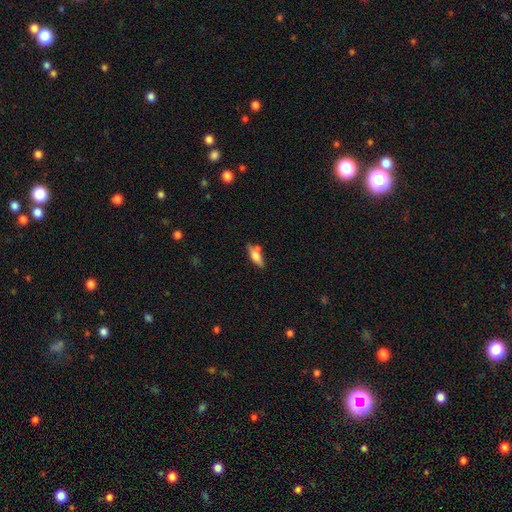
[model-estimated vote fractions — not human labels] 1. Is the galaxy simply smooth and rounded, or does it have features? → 68% smooth, 25% featured or disk, 7% star or artifact.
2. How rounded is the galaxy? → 64% in between, 33% cigar-shaped, 3% round.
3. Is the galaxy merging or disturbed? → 61% none, 20% minor disturbance, 14% merger, 5% major disturbance.